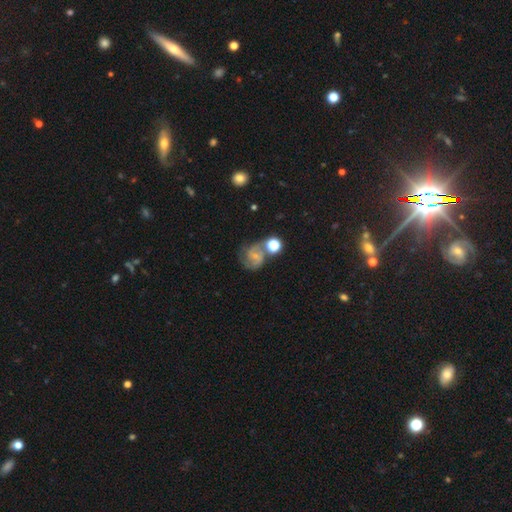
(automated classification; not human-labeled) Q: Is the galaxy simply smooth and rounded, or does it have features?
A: featured or disk — 66%.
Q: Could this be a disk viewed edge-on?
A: no — 98%.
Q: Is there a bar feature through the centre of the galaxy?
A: weak — 44%, tied with no.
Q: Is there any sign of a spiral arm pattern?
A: yes — 91%.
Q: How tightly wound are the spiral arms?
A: medium — 52%.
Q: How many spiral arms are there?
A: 2 — 79%.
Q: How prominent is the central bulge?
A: small — 64%.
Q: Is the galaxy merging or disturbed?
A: none — 49%.